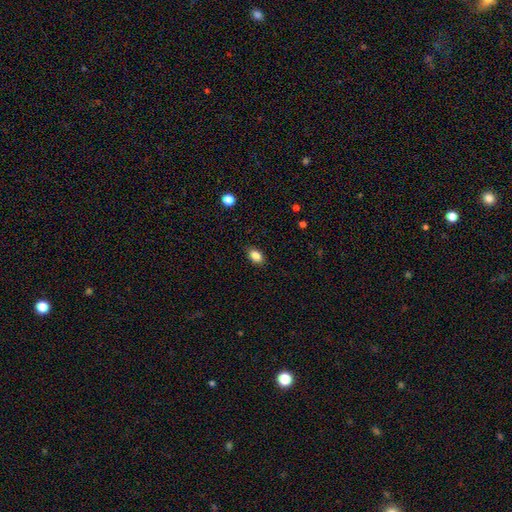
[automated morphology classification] This appears to be a smooth galaxy with no disk features (85%) that is in between round and cigar-shaped (85%). Merging: none (89%).